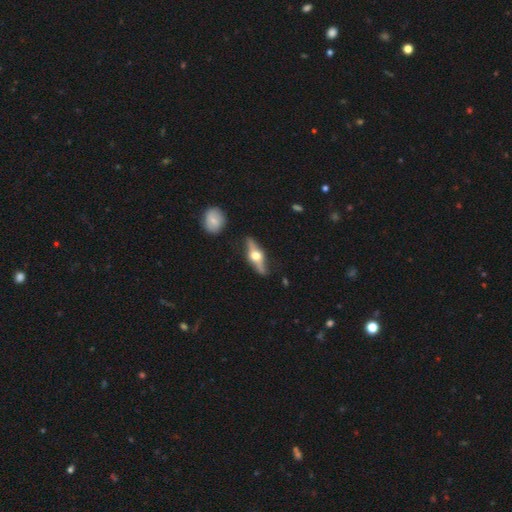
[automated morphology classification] Overall: featured or disk (73%). Edge-on disk: yes (91%). Edge-on bulge: rounded (96%). Merging: none (83%).